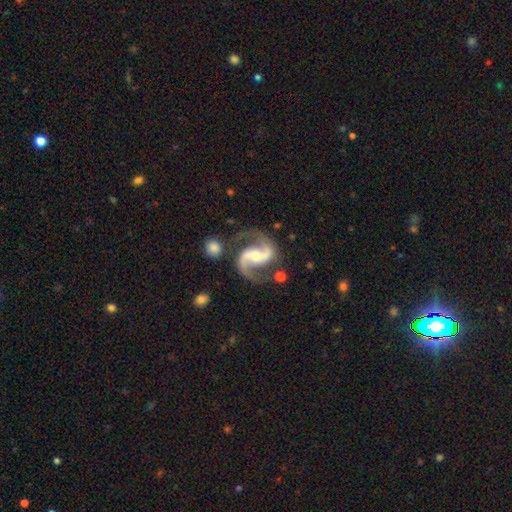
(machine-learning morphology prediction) This is clearly a featured or disk galaxy (93%). It is clearly not viewed edge-on (98%). Bar: marginally weak (38%). Spiral arm pattern: clearly yes (98%). Spiral arm count: clearly 2 (94%). Spiral winding: possibly medium (58%). Central bulge: possibly moderate (54%). Merging: likely none (73%).